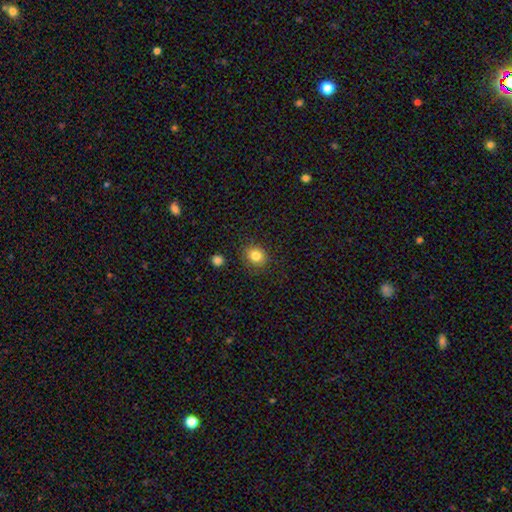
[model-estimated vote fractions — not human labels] A smooth galaxy with no disk features (83%) that is round (70%). Merging: none (86%).